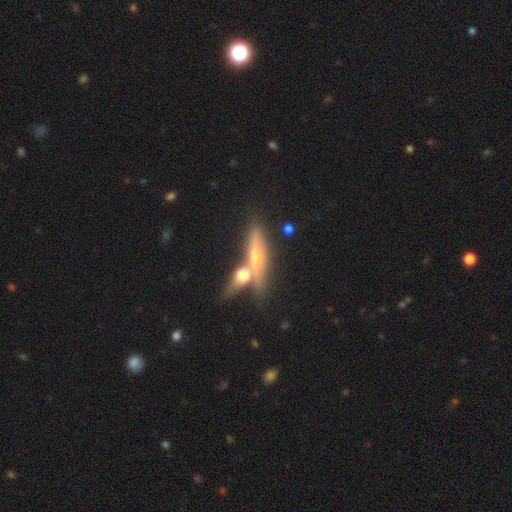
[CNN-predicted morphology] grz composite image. It shows a featured or disk galaxy (56%) viewed edge-on (85%). Merging: none (53%).